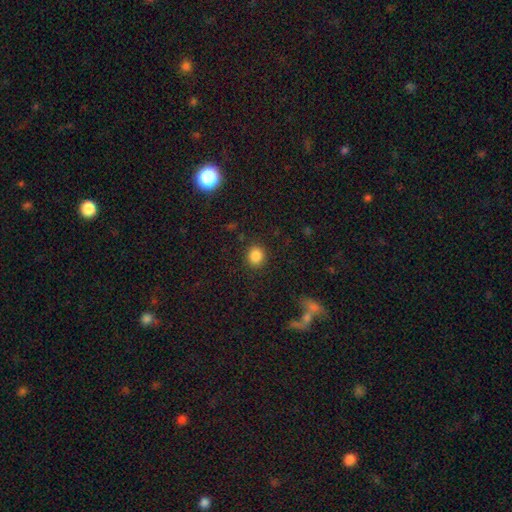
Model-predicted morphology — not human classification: Smooth or featured? smooth (85%)
How rounded? round (78%)
Merging? none (88%)